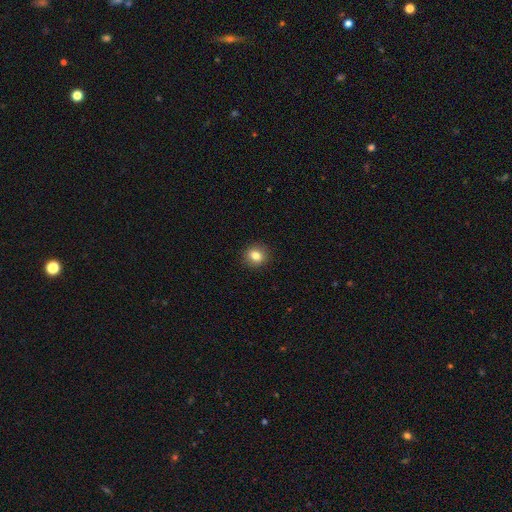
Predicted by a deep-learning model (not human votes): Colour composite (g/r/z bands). It shows a smooth galaxy with no disk features (82%) that is round (75%). Merging: none (90%).